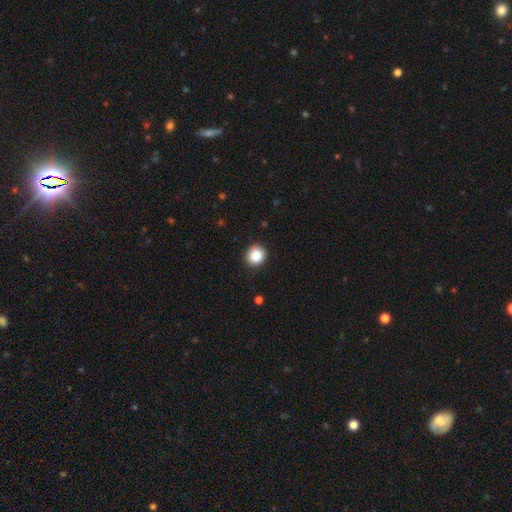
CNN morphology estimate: A smooth galaxy with no disk features (87%) that is round (91%). Merging: none (90%).